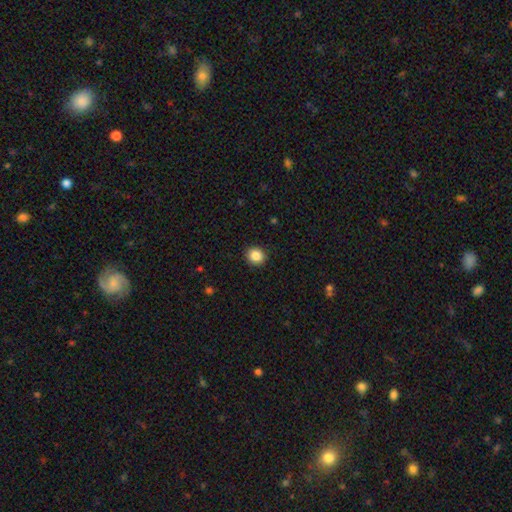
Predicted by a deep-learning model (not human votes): A smooth galaxy with no disk features (87%) that is round (84%).

Vote fractions:
- Smooth or featured? smooth: 87% / star or artifact: 9% / featured or disk: 4%
- How rounded? round: 84% / in between: 15% / cigar-shaped: 1%
- Merging? none: 92% / minor disturbance: 6% / major disturbance: 2% / merger: 1%